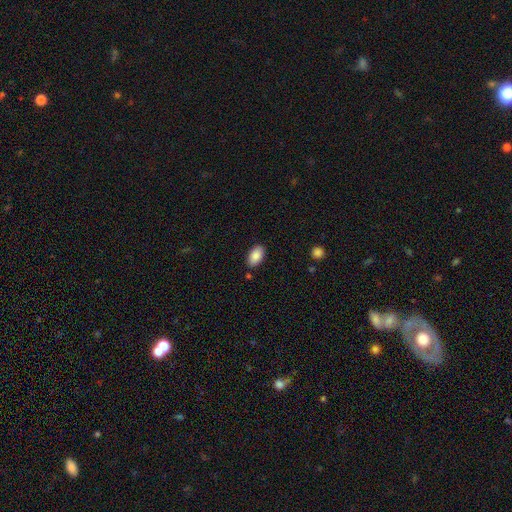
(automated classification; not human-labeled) Smooth or featured: smooth — 88% (star or artifact — 7%)
How rounded: in between — 94% (round — 4%)
Merging: none — 84% (minor disturbance — 10%)